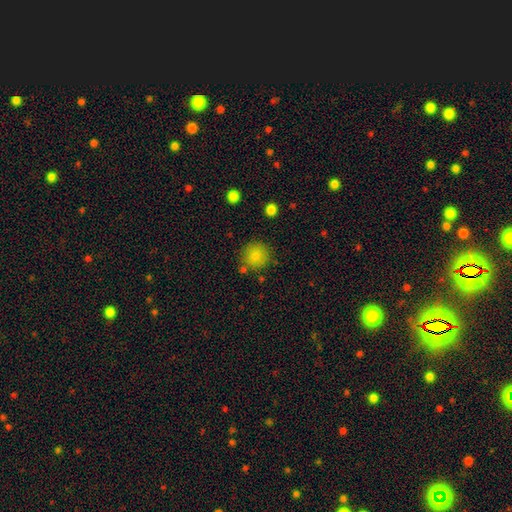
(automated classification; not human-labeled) This is clearly a smooth galaxy (84%). How rounded: clearly round (91%). Merging: likely none (80%).